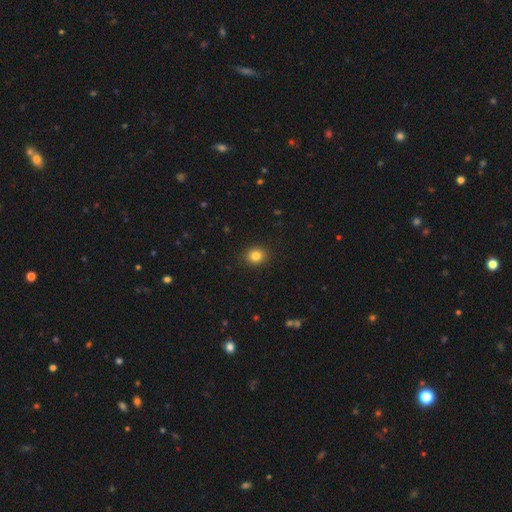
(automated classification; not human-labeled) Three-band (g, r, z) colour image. It shows a smooth galaxy with no disk features (82%) that is round (74%). Merging: none (91%).